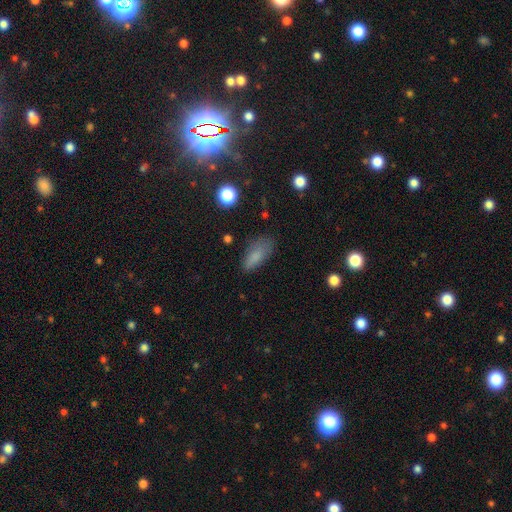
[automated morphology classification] Smooth or featured? Predicted: smooth (p=0.81). How rounded? Predicted: in between (p=0.80). Merging? Predicted: none (p=0.66).